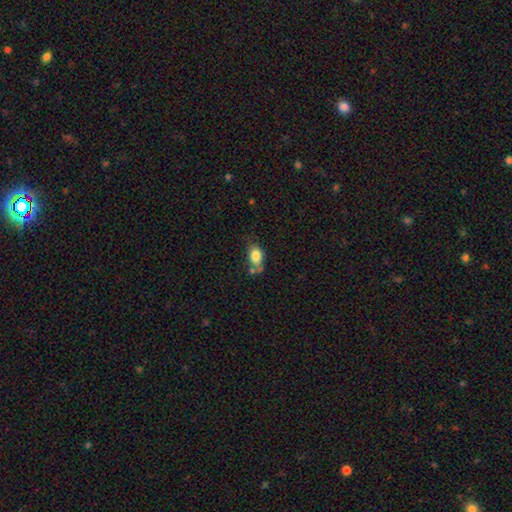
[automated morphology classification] Smooth or featured? Predicted: smooth (p=0.81). How rounded? Predicted: in between (p=0.81). Merging? Predicted: none (p=0.51).